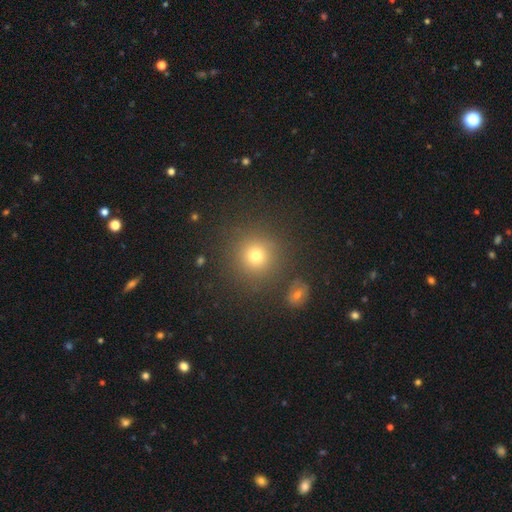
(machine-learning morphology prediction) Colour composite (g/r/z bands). It shows a smooth galaxy with no disk features (77%) that is round (93%). Merging: none (84%).